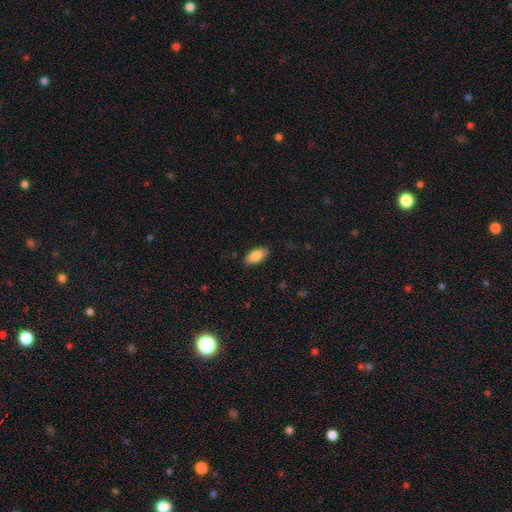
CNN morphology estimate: Smooth or featured: smooth — 85% (featured or disk — 8%)
How rounded: in between — 91% (cigar-shaped — 7%)
Merging: none — 88% (minor disturbance — 9%)